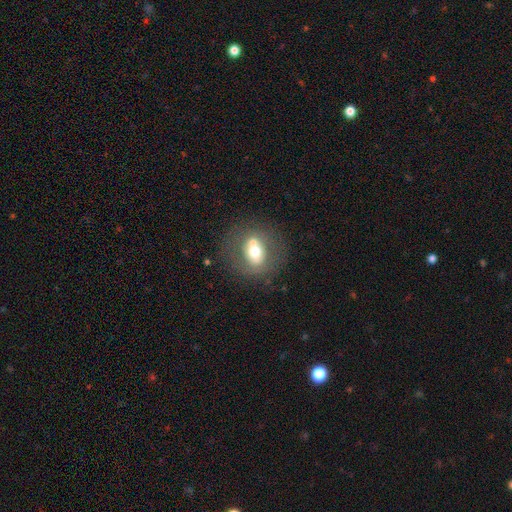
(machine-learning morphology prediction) A smooth galaxy with no disk features (54%) that is round (64%).

Vote fractions:
- Smooth or featured? smooth: 54% / featured or disk: 35% / star or artifact: 11%
- How rounded? round: 64% / in between: 35% / cigar-shaped: 1%
- Merging? none: 55% / merger: 23% / minor disturbance: 14% / major disturbance: 8%